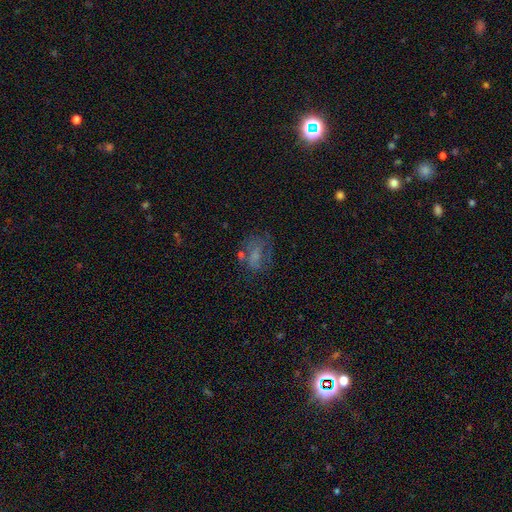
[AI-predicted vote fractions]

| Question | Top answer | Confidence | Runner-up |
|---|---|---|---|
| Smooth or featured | smooth | 44% | featured or disk (37%) |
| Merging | none | 48% | major disturbance (23%) |